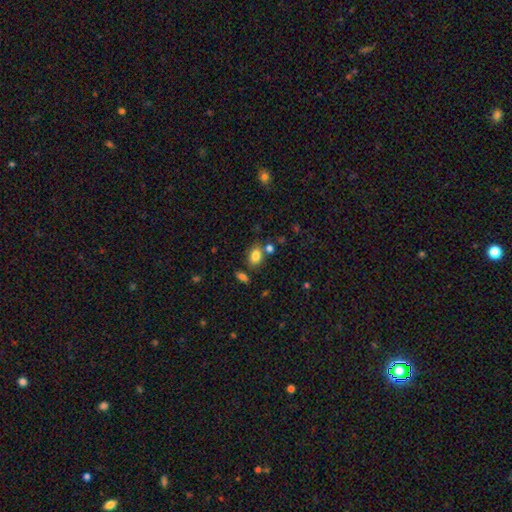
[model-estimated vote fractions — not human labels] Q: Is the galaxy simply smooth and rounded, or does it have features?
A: smooth — 82%.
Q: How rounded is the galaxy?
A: in between — 74%.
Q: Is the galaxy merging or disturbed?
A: none — 67%.